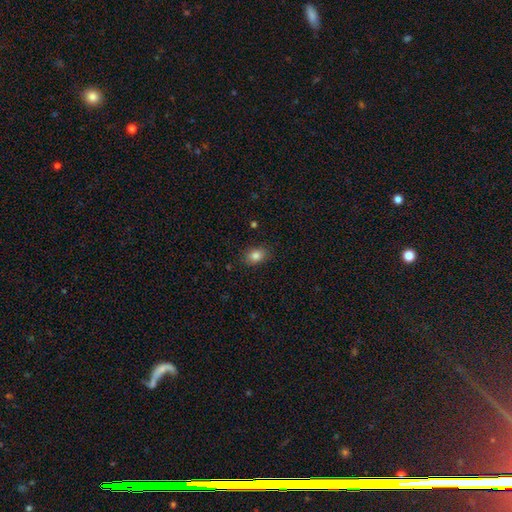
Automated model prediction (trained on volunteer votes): smooth-or-featured: smooth: 84% | star or artifact: 9% | featured or disk: 6%
  how-rounded: in between: 76% | round: 23% | cigar-shaped: 1%
  merging: none: 86% | minor disturbance: 11% | major disturbance: 2% | merger: 1%